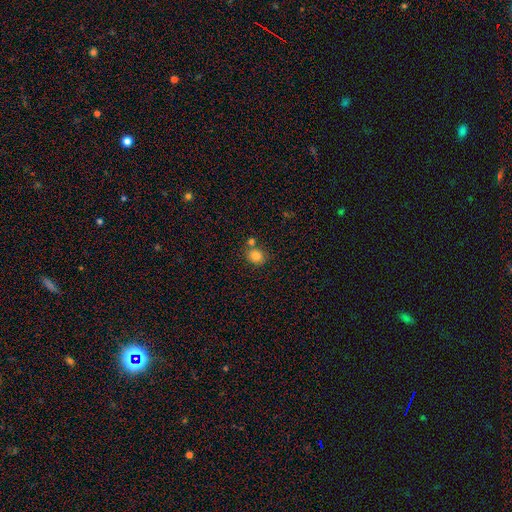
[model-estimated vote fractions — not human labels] smooth-or-featured: smooth: 82% | star or artifact: 11% | featured or disk: 7%
  how-rounded: round: 75% | in between: 24% | cigar-shaped: 1%
  merging: none: 65% | merger: 21% | minor disturbance: 11% | major disturbance: 3%